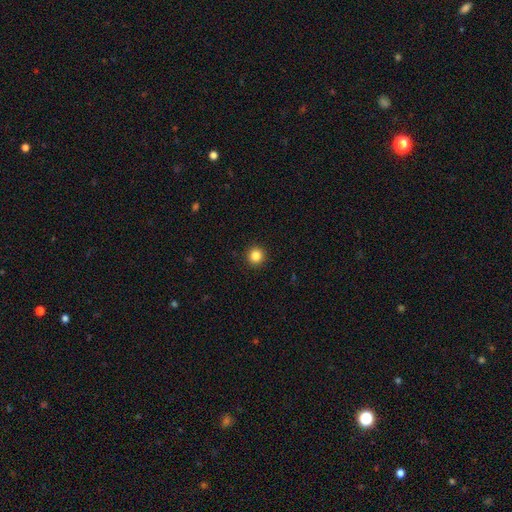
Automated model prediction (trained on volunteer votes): Q: Smooth or featured?
A: smooth (85%); runner-up: star or artifact (11%)
Q: How rounded?
A: round (95%); runner-up: in between (4%)
Q: Merging?
A: none (93%); runner-up: minor disturbance (4%)